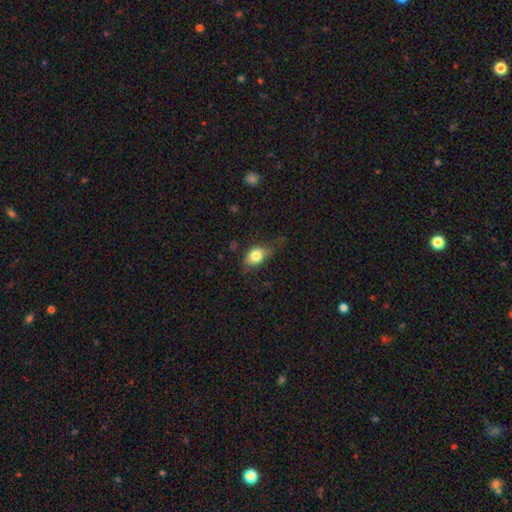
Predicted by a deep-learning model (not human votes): Overall: smooth (81%). How rounded: in between (75%). Merging: none (58%; minor disturbance 29%).